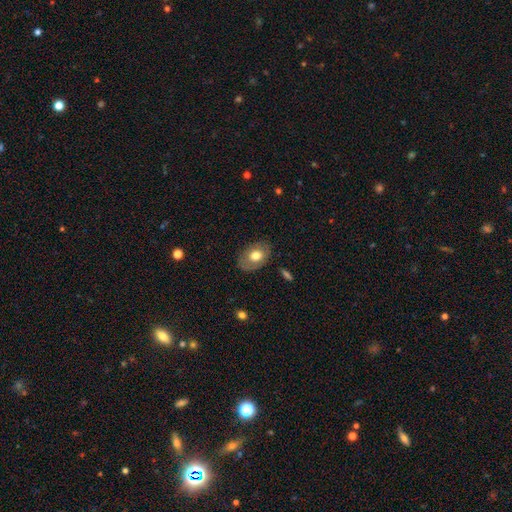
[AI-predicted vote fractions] Smooth or featured?
  - smooth: 66% *
  - featured or disk: 27%
  - star or artifact: 7%
How rounded?
  - in between: 77% *
  - round: 22%
  - cigar-shaped: 1%
Merging?
  - none: 80% *
  - minor disturbance: 14%
  - major disturbance: 4%
  - merger: 1%